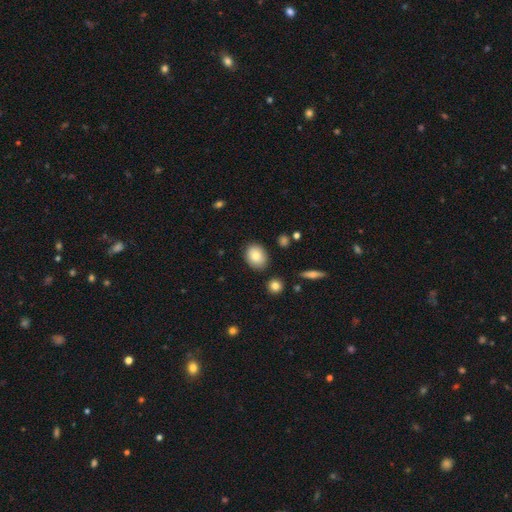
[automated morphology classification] The model was most divided on "how rounded": in between: 56%, round: 43%, cigar-shaped: 1%. More confident: merging — none (84%); smooth or featured — smooth (83%).